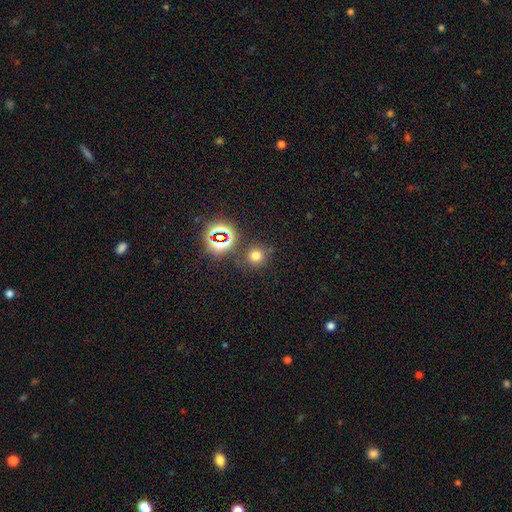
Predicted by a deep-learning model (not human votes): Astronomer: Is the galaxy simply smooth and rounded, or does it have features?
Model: smooth — 68%.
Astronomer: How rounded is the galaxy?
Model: round — 87%.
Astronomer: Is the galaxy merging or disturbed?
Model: none — 80%.